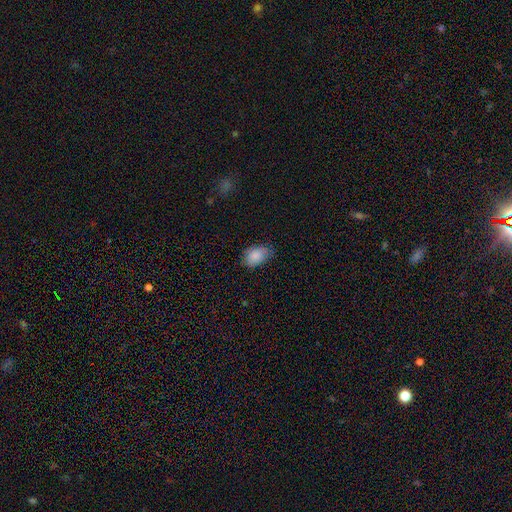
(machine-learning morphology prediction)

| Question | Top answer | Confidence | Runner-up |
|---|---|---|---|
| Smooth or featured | smooth | 87% | star or artifact (7%) |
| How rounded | in between | 87% | round (12%) |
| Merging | none | 71% | minor disturbance (23%) |